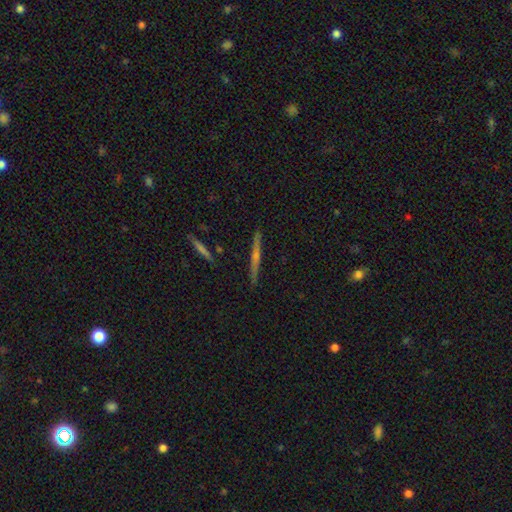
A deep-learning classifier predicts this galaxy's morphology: A featured or disk galaxy (63%) viewed edge-on (97%) with a rounded central bulge (50%). Merging: none (90%).